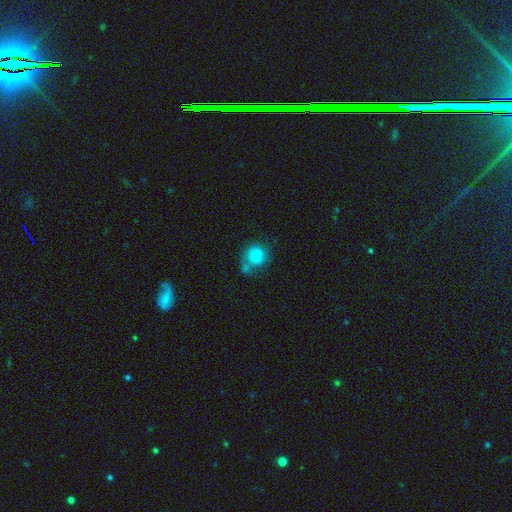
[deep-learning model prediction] This appears to be a smooth galaxy with no disk features (80%) that is round (85%). Merging: none (45%).